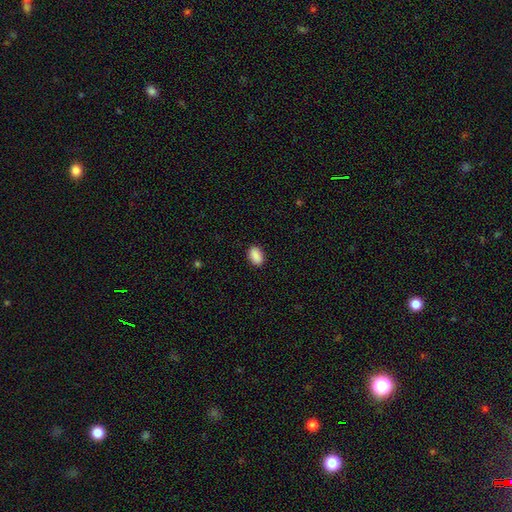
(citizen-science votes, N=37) Smooth or featured: smooth — 97% (featured or disk — 3%)
How rounded: in between — 92% (round — 6%)
Merging: none — 95% (minor disturbance — 5%)